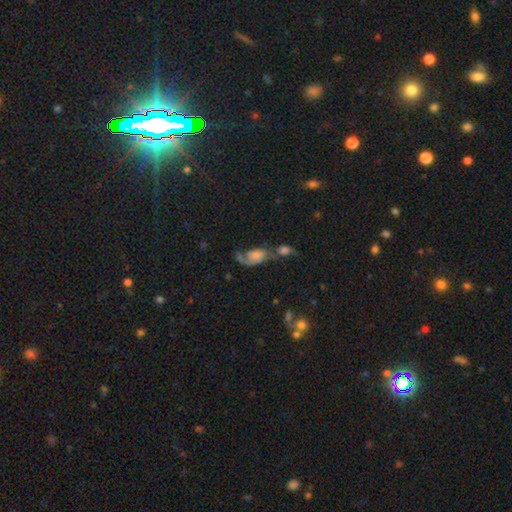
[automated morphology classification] Overall: featured or disk (53%; smooth 36%). Edge-on disk: no (96%). Bar: no (75%). Spiral arms: yes (80%). Bulge size: small (30%; none 28%). Merging: merger (46%; major disturbance 23%).